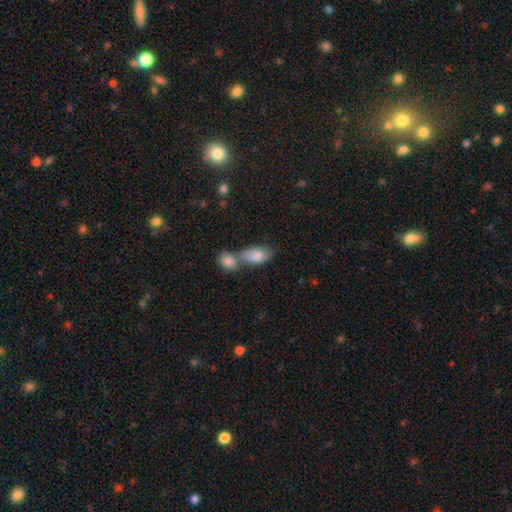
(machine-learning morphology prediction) smooth 84%, featured or disk 9%, star or artifact 6%. Down the decision tree: how rounded — in between (90%); merging — merger (60%).